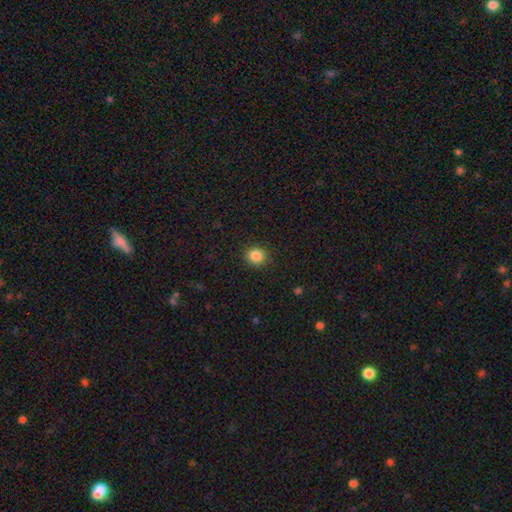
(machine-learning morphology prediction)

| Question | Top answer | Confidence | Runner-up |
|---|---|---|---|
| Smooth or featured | smooth | 85% | star or artifact (11%) |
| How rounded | round | 87% | in between (13%) |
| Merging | none | 90% | minor disturbance (7%) |